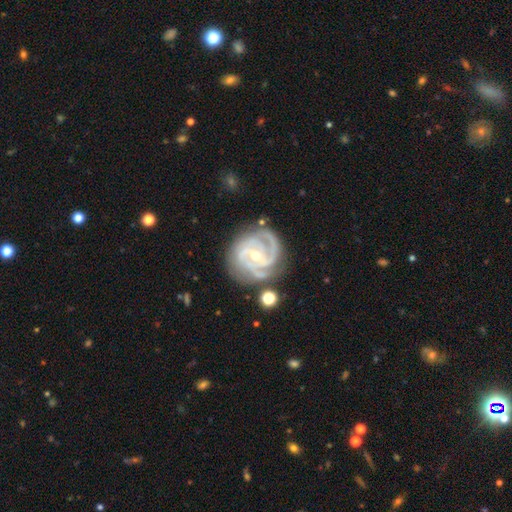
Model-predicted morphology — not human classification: Overall: featured or disk (92%). Edge-on disk: no (98%). Bar: weak (40%; no 36%). Spiral arms: yes (98%). Spiral arm count: 3 (50%; 2 25%). Spiral winding: tight (63%; medium 33%). Bulge size: small (52%; moderate 45%). Merging: none (73%).